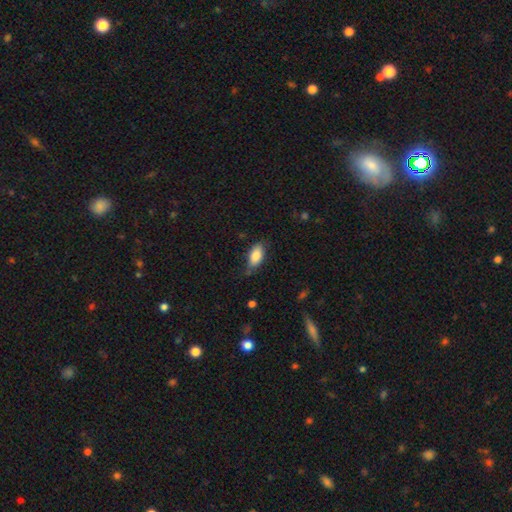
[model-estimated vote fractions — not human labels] A smooth galaxy with no disk features (83%) that is in between round and cigar-shaped (89%).

Vote fractions:
- Smooth or featured? smooth: 83% / featured or disk: 10% / star or artifact: 7%
- How rounded? in between: 89% / cigar-shaped: 8% / round: 3%
- Merging? none: 67% / minor disturbance: 26% / major disturbance: 6% / merger: 2%